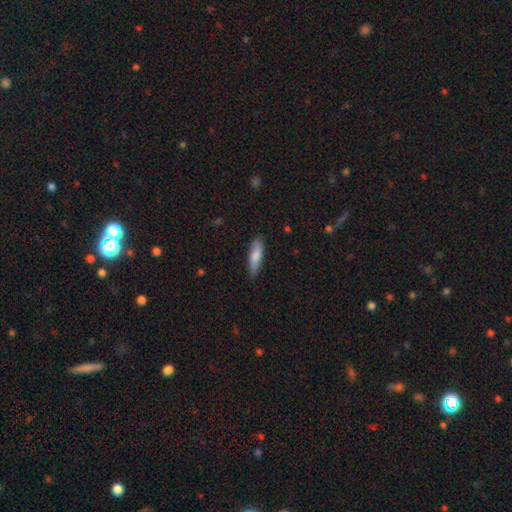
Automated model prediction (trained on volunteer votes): The model was most divided on "how rounded": cigar-shaped: 59%, in between: 40%, round: 2%. More confident: merging — none (84%); smooth or featured — smooth (80%).